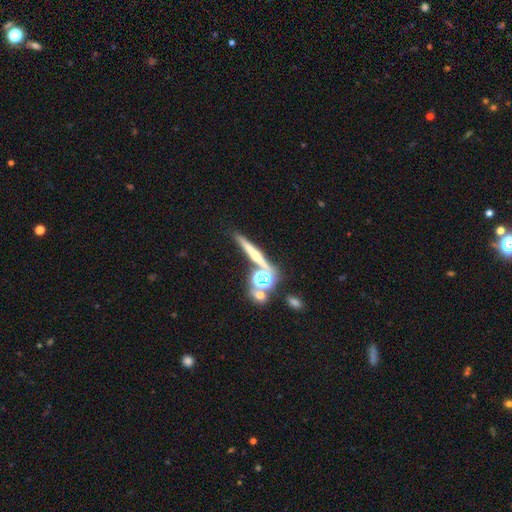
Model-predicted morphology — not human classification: Q: Smooth or featured?
A: featured or disk (42%); runner-up: smooth (36%)
Q: Merging?
A: none (73%); runner-up: merger (15%)